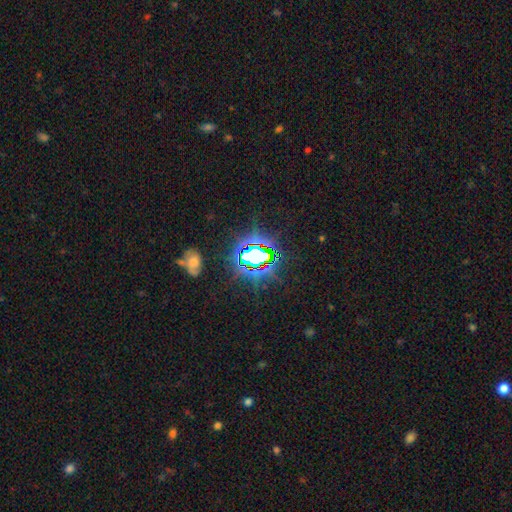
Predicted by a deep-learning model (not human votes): This appears to be a star or artifact, not a galaxy (76%).